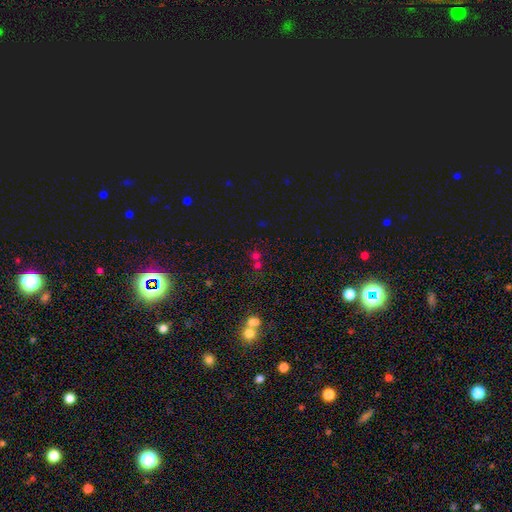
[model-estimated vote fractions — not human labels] smooth 47%, star or artifact 43%, featured or disk 11%. Down the decision tree: merging — none (47%).